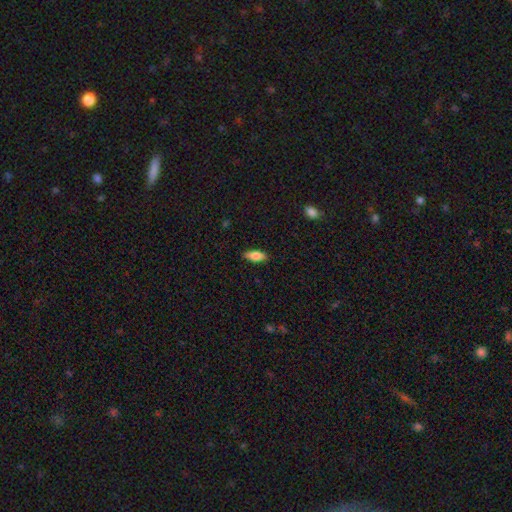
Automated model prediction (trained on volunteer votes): smooth-or-featured: smooth: 79% | featured or disk: 15% | star or artifact: 7%
  how-rounded: in between: 75% | cigar-shaped: 22% | round: 2%
  merging: none: 87% | minor disturbance: 10% | major disturbance: 2% | merger: 1%